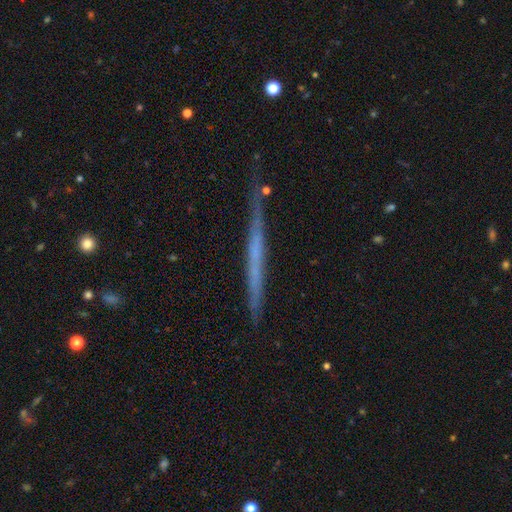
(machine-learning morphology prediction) featured or disk 59%, smooth 34%, star or artifact 7%. Down the decision tree: edge-on disk — yes (97%); edge-on bulge — none (88%); merging — none (86%).